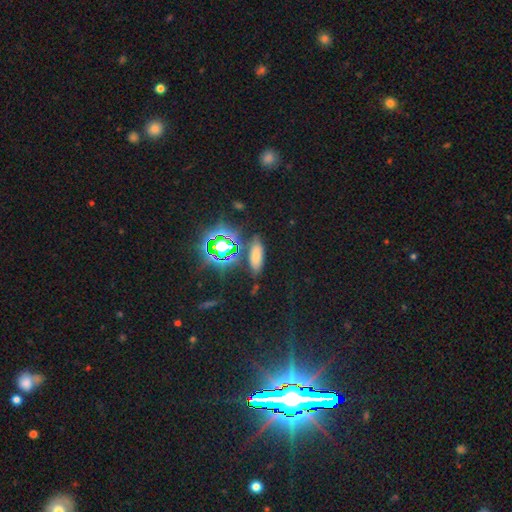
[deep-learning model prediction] Smooth or featured? smooth (55%)
How rounded? in between (68%)
Merging? none (78%)